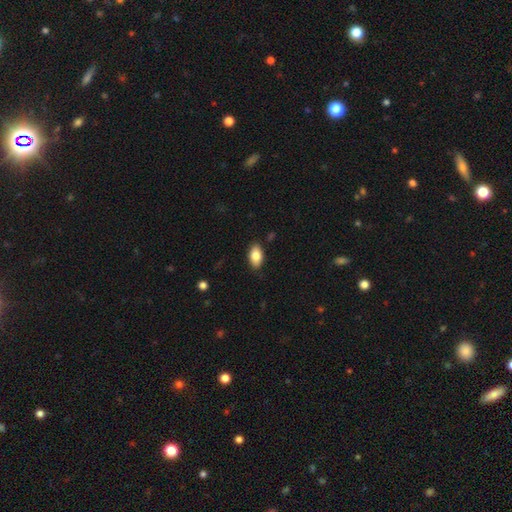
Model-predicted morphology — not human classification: A smooth galaxy with no disk features (82%) that is in between round and cigar-shaped (92%). Merging: none (86%).